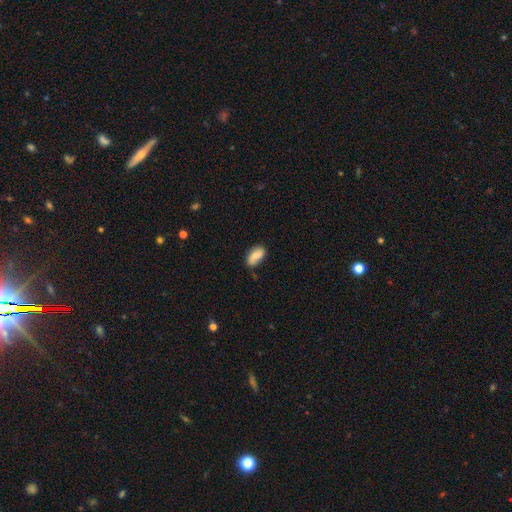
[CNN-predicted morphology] Smooth or featured: smooth — 73% (featured or disk — 19%)
How rounded: in between — 92% (round — 4%)
Merging: none — 66% (minor disturbance — 25%)